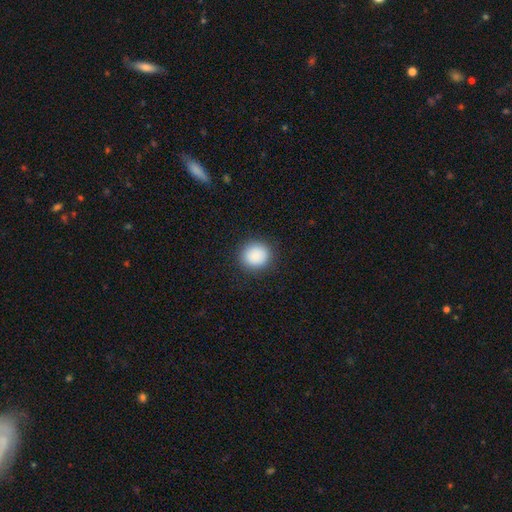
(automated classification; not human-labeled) A smooth galaxy with no disk features (89%) that is round (88%).

Vote fractions:
- Smooth or featured? smooth: 89% / star or artifact: 8% / featured or disk: 3%
- How rounded? round: 88% / in between: 11% / cigar-shaped: 1%
- Merging? none: 90% / minor disturbance: 7% / major disturbance: 2% / merger: 1%